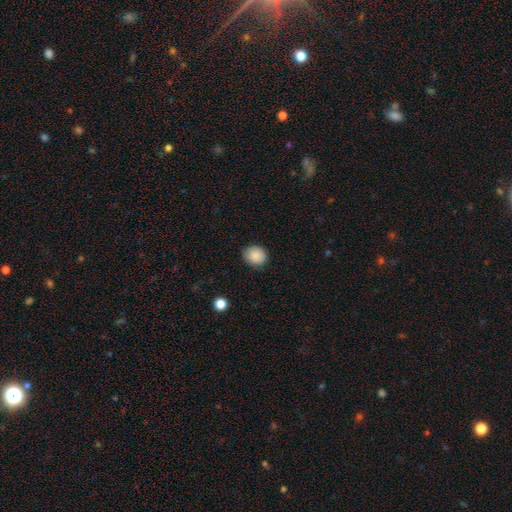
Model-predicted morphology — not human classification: This appears to be a smooth galaxy with no disk features (87%) that is round (70%). Merging: none (83%).